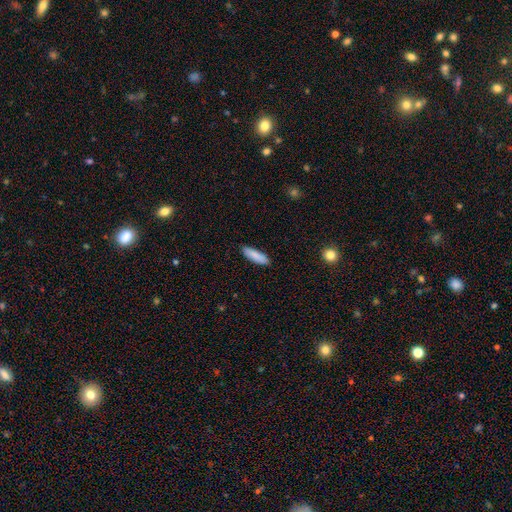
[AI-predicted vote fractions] Q: Smooth or featured?
A: smooth (88%); runner-up: featured or disk (6%)
Q: How rounded?
A: cigar-shaped (54%); runner-up: in between (44%)
Q: Merging?
A: none (89%); runner-up: minor disturbance (8%)